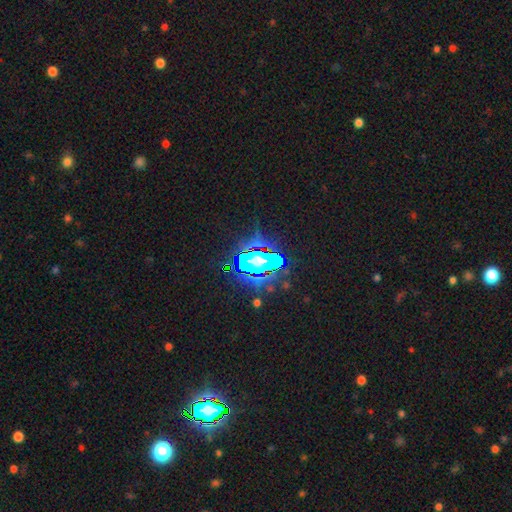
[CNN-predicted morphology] A star or artifact, not a galaxy (82%).